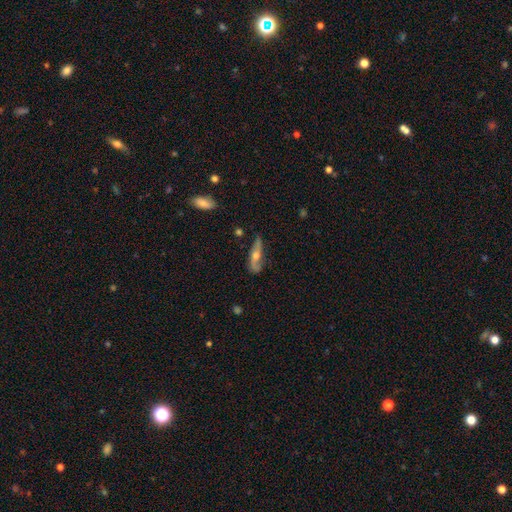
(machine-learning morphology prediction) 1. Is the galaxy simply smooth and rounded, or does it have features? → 64% featured or disk, 29% smooth, 7% star or artifact.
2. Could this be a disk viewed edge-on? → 52% no, 48% yes.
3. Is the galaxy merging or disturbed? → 60% none, 26% minor disturbance, 11% major disturbance, 3% merger.